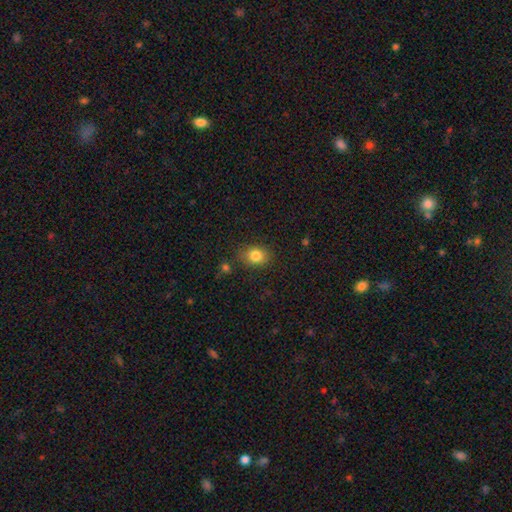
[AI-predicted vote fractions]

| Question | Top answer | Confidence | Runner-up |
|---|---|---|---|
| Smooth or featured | smooth | 83% | star or artifact (10%) |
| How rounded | in between | 50% | round (49%) |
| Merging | none | 81% | minor disturbance (13%) |